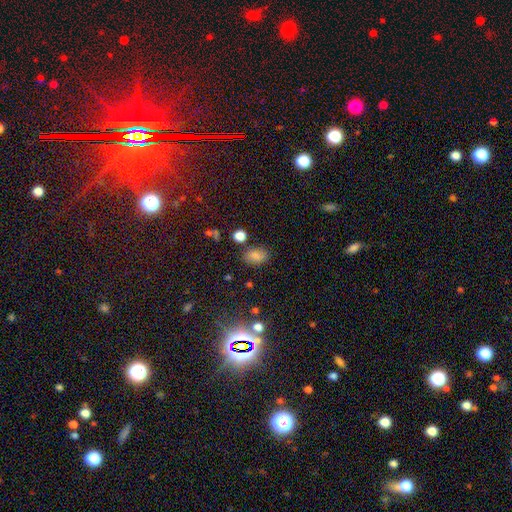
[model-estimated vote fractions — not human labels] A smooth galaxy with no disk features (77%) that is in between round and cigar-shaped (79%). Merging: none (76%).